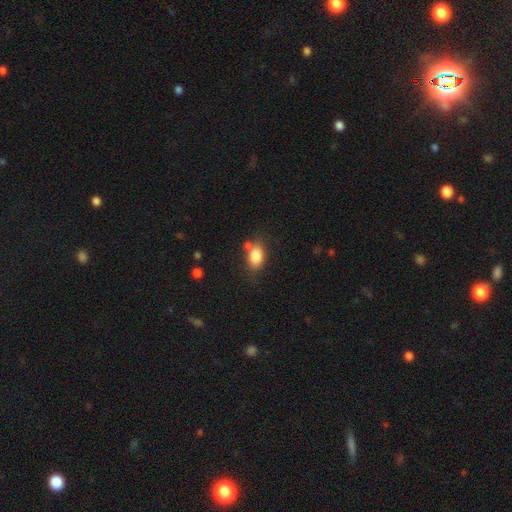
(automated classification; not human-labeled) Overall: smooth (83%). How rounded: in between (80%). Merging: none (66%).